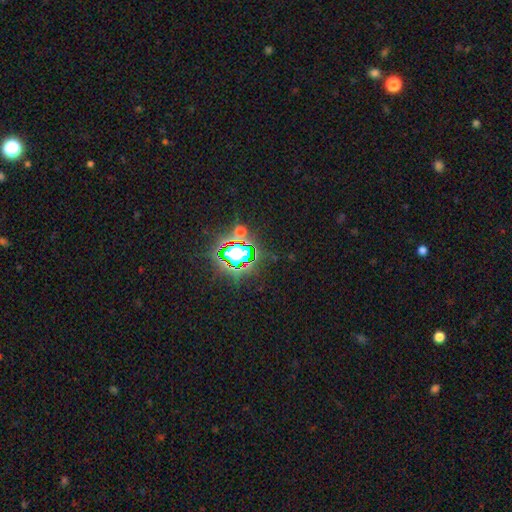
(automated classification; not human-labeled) A star or artifact, not a galaxy (80%).